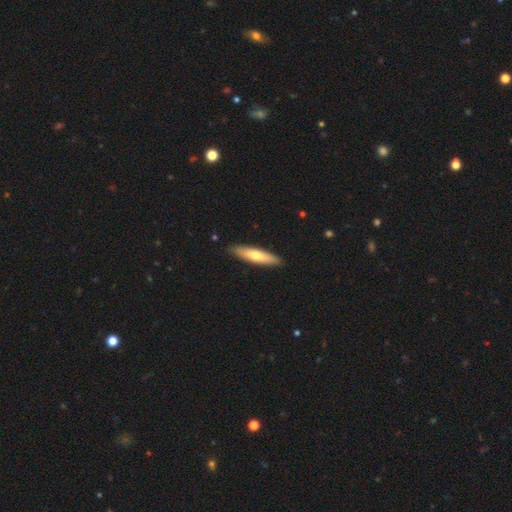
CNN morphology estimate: Q: Smooth or featured?
A: smooth (61%); runner-up: featured or disk (34%)
Q: How rounded?
A: cigar-shaped (77%); runner-up: in between (22%)
Q: Merging?
A: none (89%); runner-up: minor disturbance (8%)